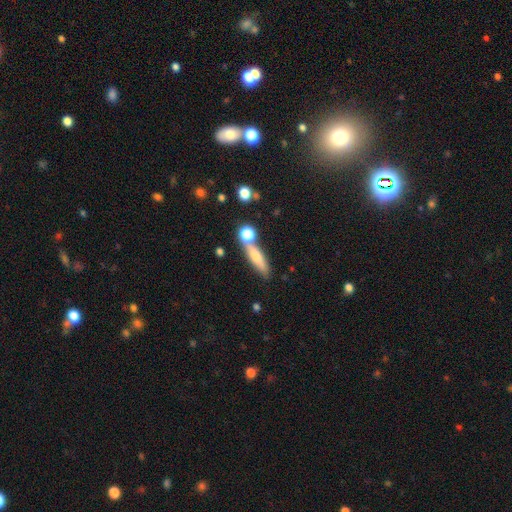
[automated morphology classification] A smooth galaxy with no disk features (65%) that is cigar-shaped (65%).

Vote fractions:
- Smooth or featured? smooth: 65% / featured or disk: 26% / star or artifact: 9%
- How rounded? cigar-shaped: 65% / in between: 29% / round: 7%
- Merging? none: 59% / merger: 22% / minor disturbance: 13% / major disturbance: 5%